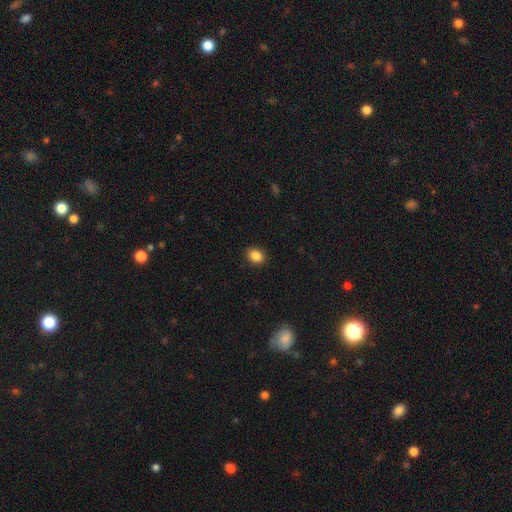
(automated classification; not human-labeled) Overall: smooth (86%). How rounded: round (55%; in between 44%). Merging: none (90%).